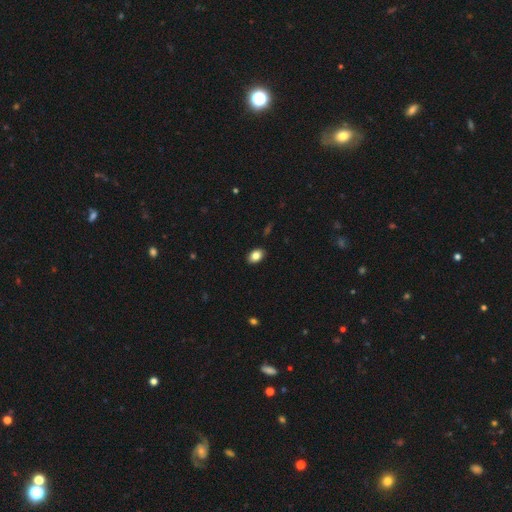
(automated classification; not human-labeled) smooth-or-featured: smooth: 85% | star or artifact: 9% | featured or disk: 7%
  how-rounded: in between: 81% | round: 17% | cigar-shaped: 1%
  merging: none: 90% | minor disturbance: 8% | major disturbance: 2% | merger: 1%